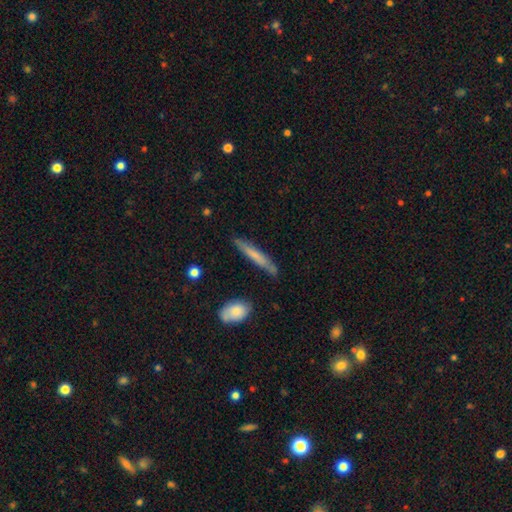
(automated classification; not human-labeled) smooth_or_featured: smooth (p=0.62) [alt: featured or disk p=0.32]
how_rounded: cigar-shaped (p=0.93) [alt: in between p=0.05]
merging: none (p=0.79) [alt: minor disturbance p=0.15]